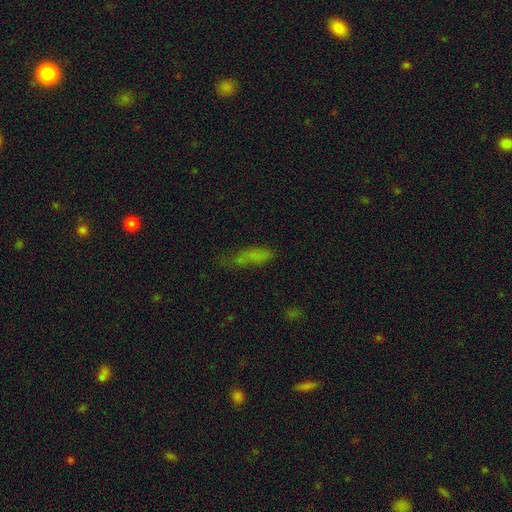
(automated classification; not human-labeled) This is likely a smooth galaxy (69%). How rounded: possibly in between (51%). Merging: marginally none (45%).